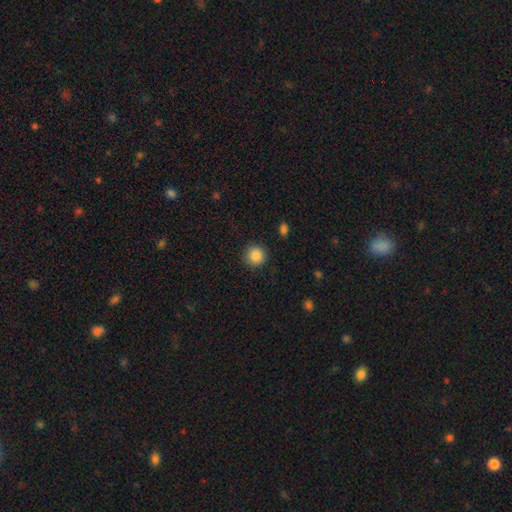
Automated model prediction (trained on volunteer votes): smooth 87%, star or artifact 9%, featured or disk 4%. Down the decision tree: how rounded — round (94%); merging — none (90%).